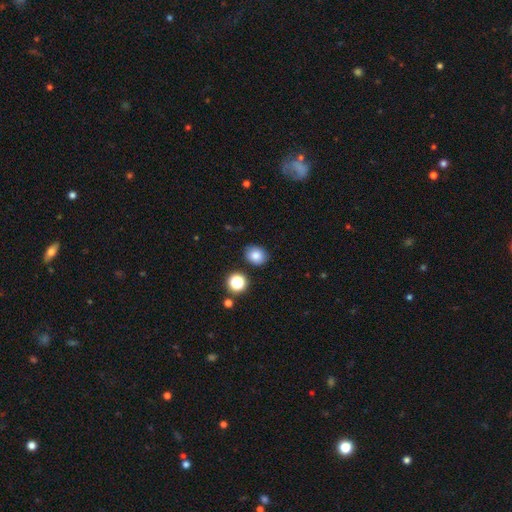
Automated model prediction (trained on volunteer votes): Smooth or featured: smooth — 82% (star or artifact — 11%)
How rounded: round — 56% (in between — 43%)
Merging: none — 85% (minor disturbance — 10%)